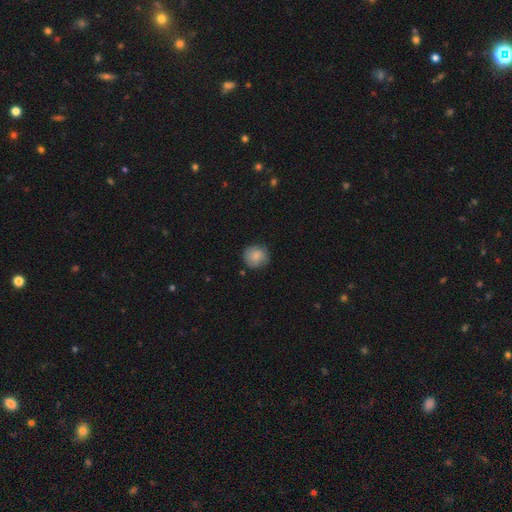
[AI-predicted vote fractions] The model was most divided on "merging": none: 82%, minor disturbance: 14%, major disturbance: 3%, merger: 1%. More confident: how rounded — round (90%); smooth or featured — smooth (84%).